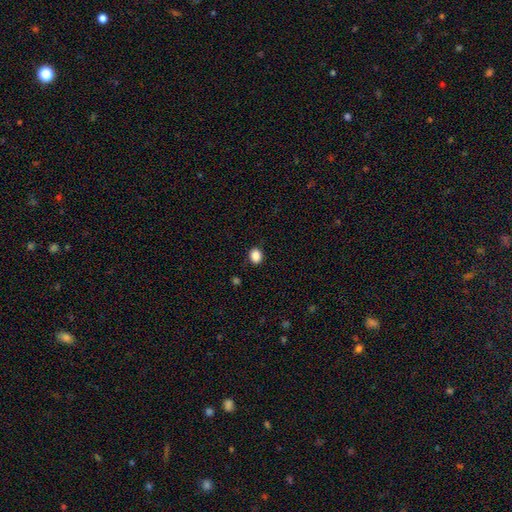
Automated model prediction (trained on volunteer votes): A smooth galaxy with no disk features (87%) that is round (53%). Merging: none (89%).